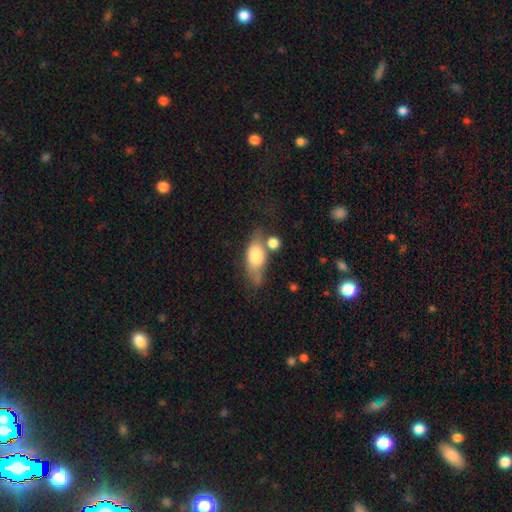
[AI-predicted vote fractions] smooth 69%, featured or disk 24%, star or artifact 7%. Down the decision tree: how rounded — in between (75%); merging — none (45%).